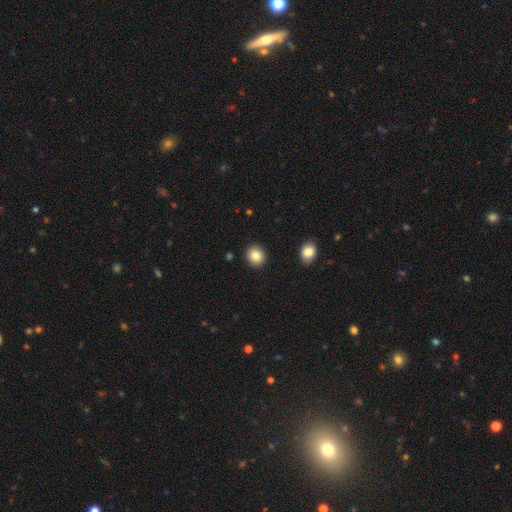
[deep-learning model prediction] This is clearly a smooth galaxy (86%). How rounded: clearly round (82%). Merging: clearly none (91%).